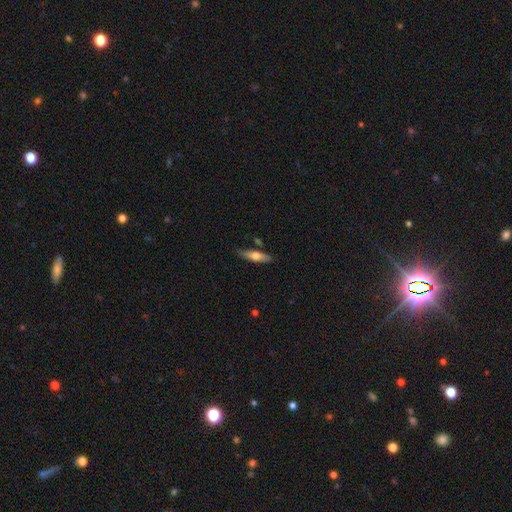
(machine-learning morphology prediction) This appears to be a smooth galaxy with no disk features (54%) that is cigar-shaped (68%). Merging: none (80%).